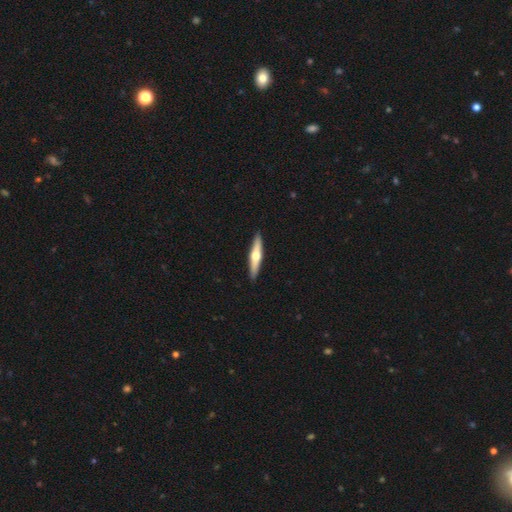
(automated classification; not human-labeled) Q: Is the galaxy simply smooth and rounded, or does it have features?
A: featured or disk — 58%.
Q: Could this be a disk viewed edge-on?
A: yes — 96%.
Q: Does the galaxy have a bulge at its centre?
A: rounded — 94%.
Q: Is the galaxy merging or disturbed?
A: none — 92%.